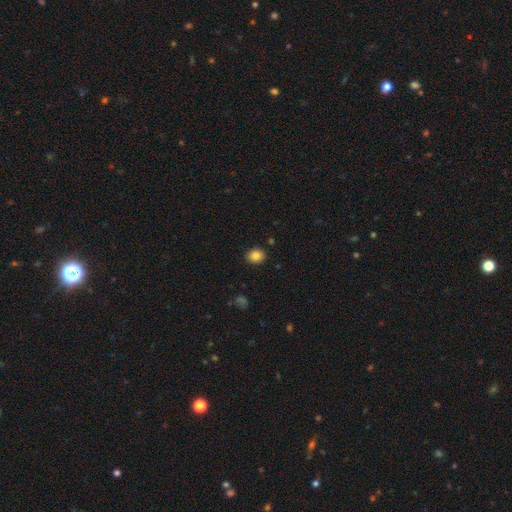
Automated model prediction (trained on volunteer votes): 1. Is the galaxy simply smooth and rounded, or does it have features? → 85% smooth, 10% star or artifact, 5% featured or disk.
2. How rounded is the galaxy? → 65% round, 34% in between, 1% cigar-shaped.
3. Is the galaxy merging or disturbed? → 89% none, 8% minor disturbance, 2% major disturbance, 1% merger.